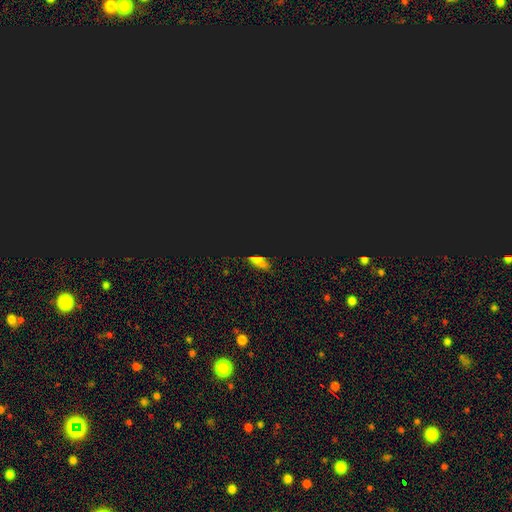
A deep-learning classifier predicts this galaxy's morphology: Smooth or featured? star or artifact (60%)